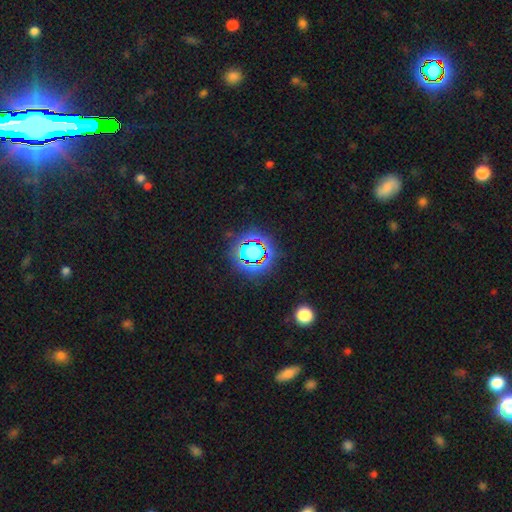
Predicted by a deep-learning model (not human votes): Overall: star or artifact (77%).